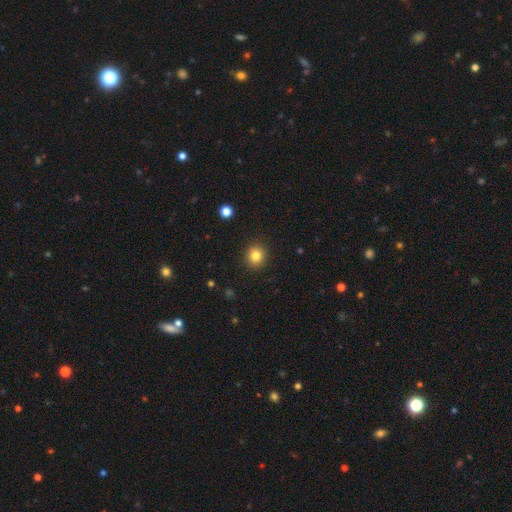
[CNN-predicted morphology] This is clearly a smooth galaxy (82%). How rounded: clearly round (87%). Merging: clearly none (91%).